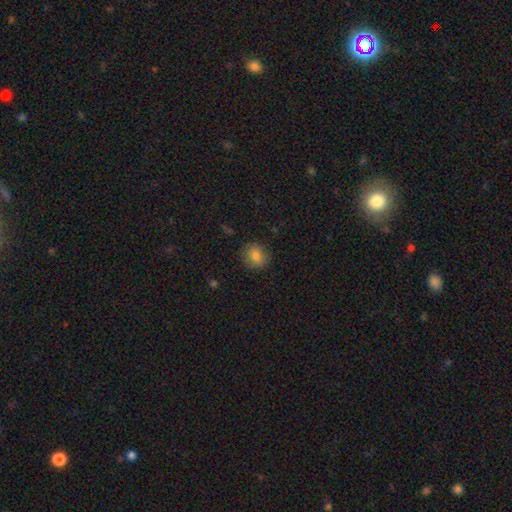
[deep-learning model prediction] The model was most divided on "how rounded": round: 73%, in between: 25%, cigar-shaped: 1%. More confident: merging — none (85%); smooth or featured — smooth (82%).